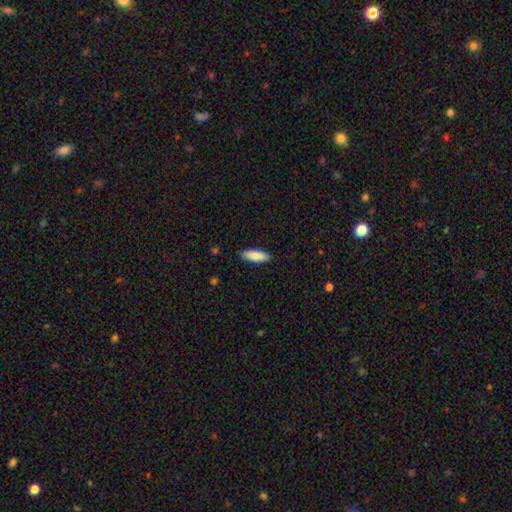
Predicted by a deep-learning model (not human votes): A smooth galaxy with no disk features (86%) that is in between round and cigar-shaped (57%).

Vote fractions:
- Smooth or featured? smooth: 86% / featured or disk: 8% / star or artifact: 6%
- How rounded? in between: 57% / cigar-shaped: 41% / round: 2%
- Merging? none: 88% / minor disturbance: 9% / major disturbance: 2% / merger: 1%